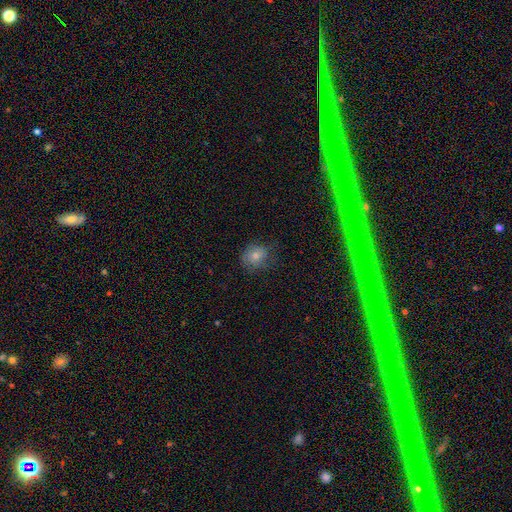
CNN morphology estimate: Overall: smooth (75%). How rounded: round (72%). Merging: none (63%; minor disturbance 25%).